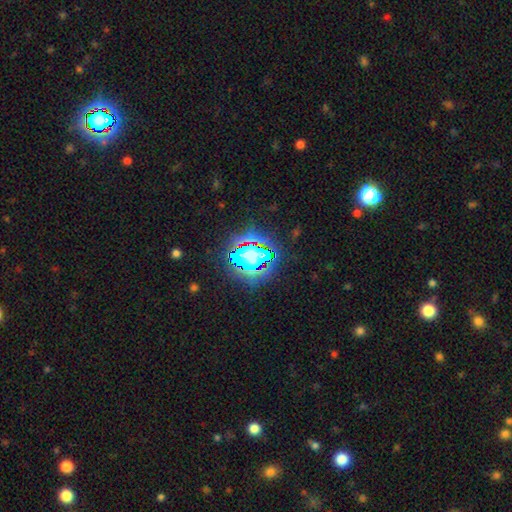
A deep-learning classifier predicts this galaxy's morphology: This appears to be a star or artifact, not a galaxy (77%).